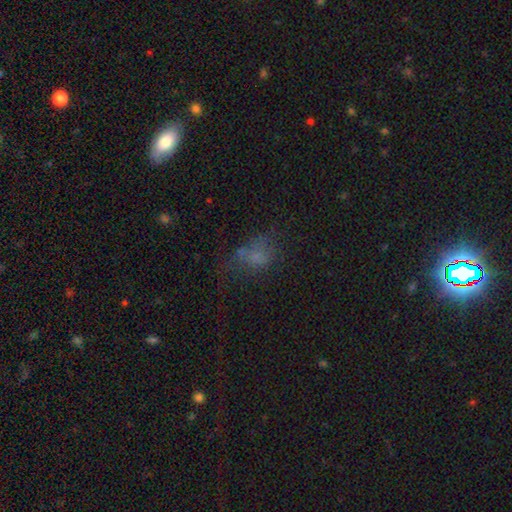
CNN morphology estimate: Overall: smooth (55%; featured or disk 23%). How rounded: in between (72%). Merging: none (40%; major disturbance 30%).